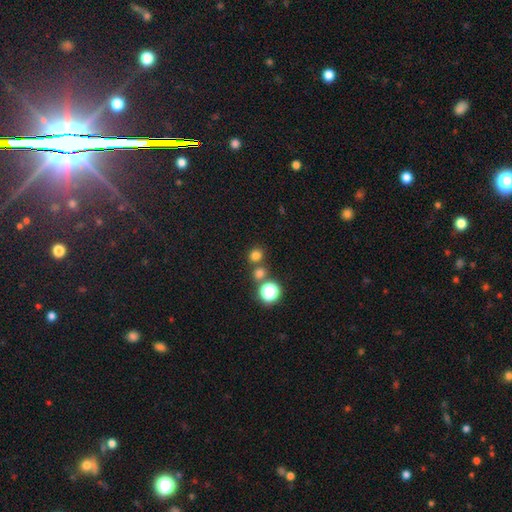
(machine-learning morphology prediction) smooth 74%, star or artifact 21%, featured or disk 6%. Down the decision tree: how rounded — round (85%); merging — none (71%).